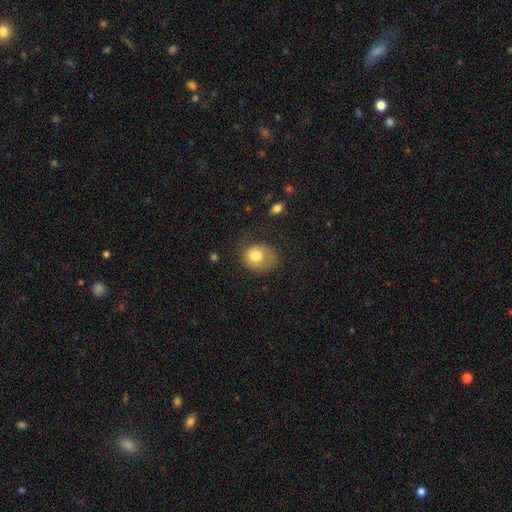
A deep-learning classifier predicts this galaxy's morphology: type=smooth (70%); roundness=round (61%); merging=none (46%).